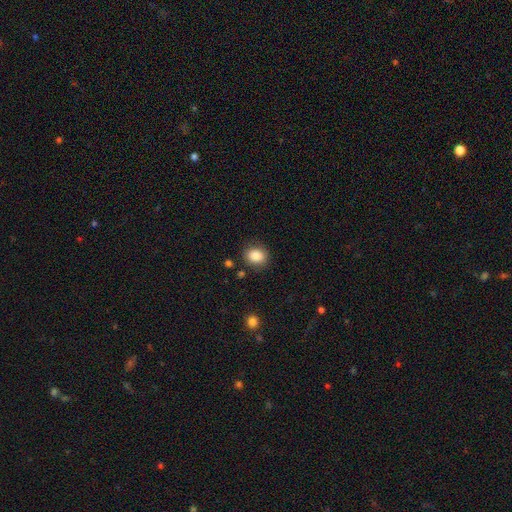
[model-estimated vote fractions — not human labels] Smooth or featured? smooth (86%)
How rounded? round (66%)
Merging? none (84%)